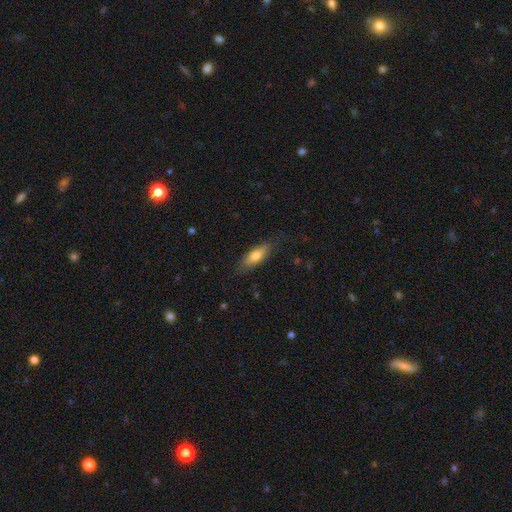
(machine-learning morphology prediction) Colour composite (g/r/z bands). It shows a smooth galaxy with no disk features (72%) that is in between round and cigar-shaped (66%). Merging: none (80%).